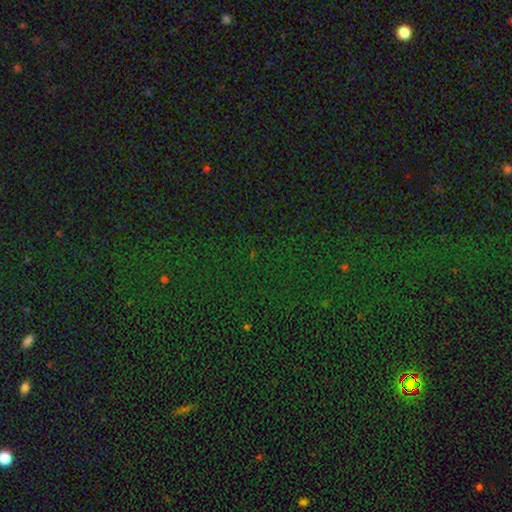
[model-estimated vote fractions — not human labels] The model was most divided on "smooth or featured": star or artifact: 81%, smooth: 12%, featured or disk: 7%.